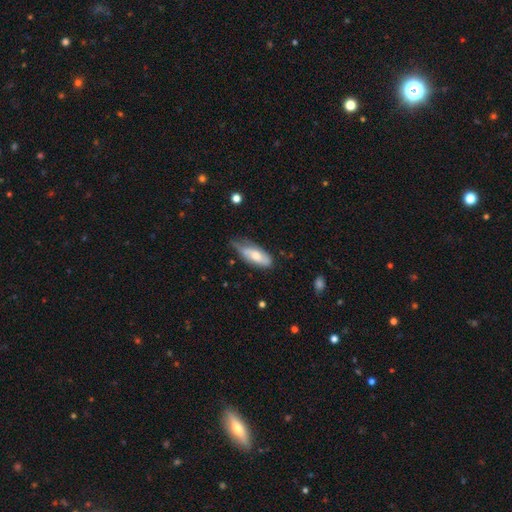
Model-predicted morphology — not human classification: Smooth or featured: smooth — 59% (featured or disk — 35%)
How rounded: in between — 77% (cigar-shaped — 21%)
Merging: minor disturbance — 44% (none — 41%)